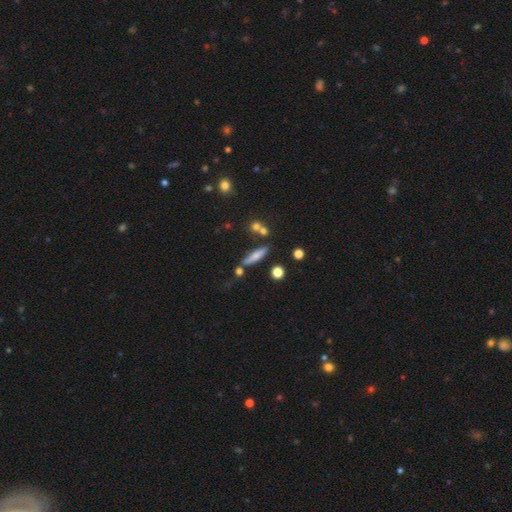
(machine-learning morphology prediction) Smooth or featured?
  - smooth: 60% *
  - featured or disk: 31%
  - star or artifact: 10%
How rounded?
  - cigar-shaped: 79% *
  - in between: 17%
  - round: 4%
Merging?
  - none: 72% *
  - minor disturbance: 13%
  - merger: 11%
  - major disturbance: 4%